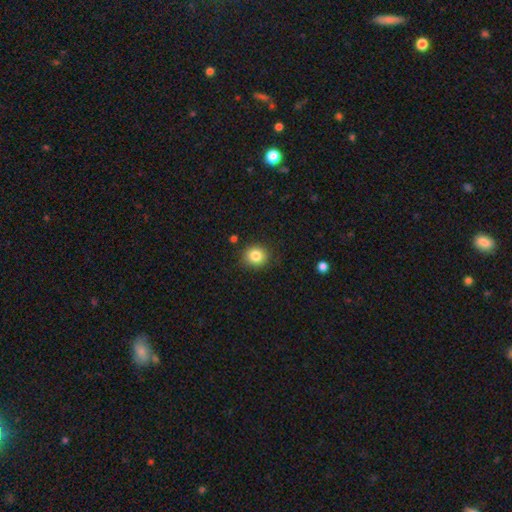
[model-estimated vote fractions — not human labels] Smooth or featured: smooth — 83% (star or artifact — 10%)
How rounded: round — 83% (in between — 16%)
Merging: none — 86% (minor disturbance — 9%)